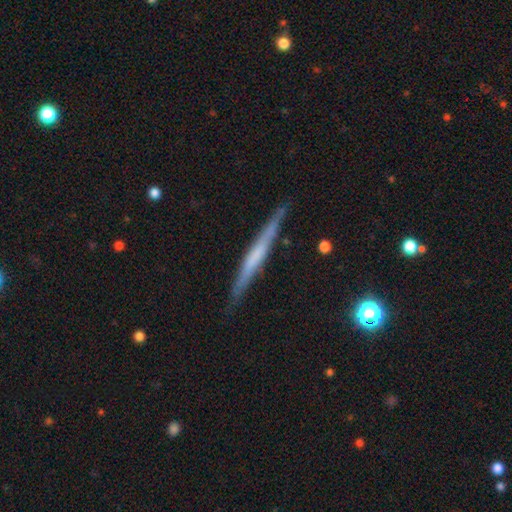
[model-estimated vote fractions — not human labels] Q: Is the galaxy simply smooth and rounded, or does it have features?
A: featured or disk — 58%.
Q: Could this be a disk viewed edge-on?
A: yes — 97%.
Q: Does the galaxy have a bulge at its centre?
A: none — 65%.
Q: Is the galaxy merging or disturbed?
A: none — 88%.